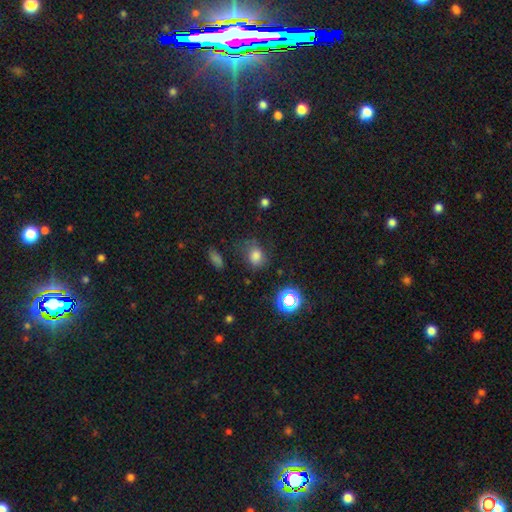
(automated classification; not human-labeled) Morphology: type=smooth (73%); roundness=in between (53%); merging=none (59%).